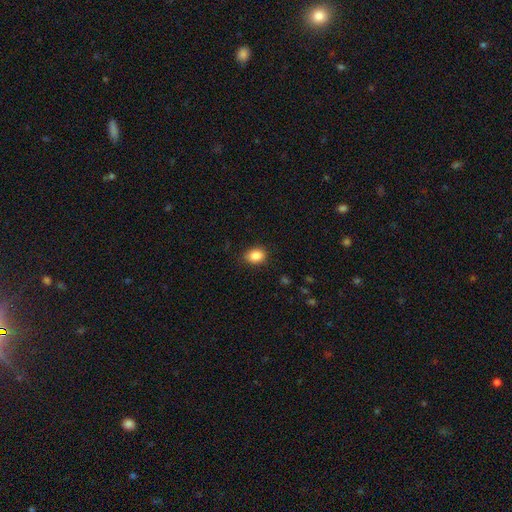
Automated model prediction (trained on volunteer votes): Overall: smooth (87%). How rounded: in between (60%; round 39%). Merging: none (86%).